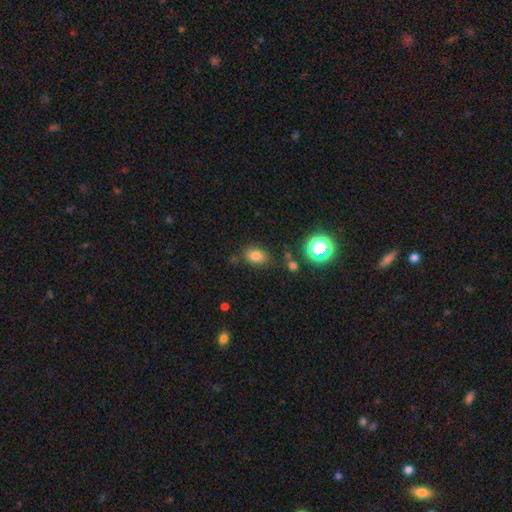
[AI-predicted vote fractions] Q: Smooth or featured?
A: smooth (77%); runner-up: star or artifact (15%)
Q: How rounded?
A: in between (75%); runner-up: round (24%)
Q: Merging?
A: none (76%); runner-up: minor disturbance (15%)